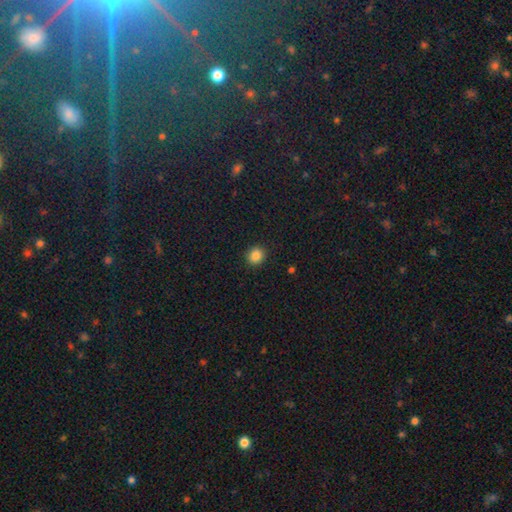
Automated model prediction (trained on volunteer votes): Morphology: type=smooth (85%); roundness=round (87%); merging=none (92%).